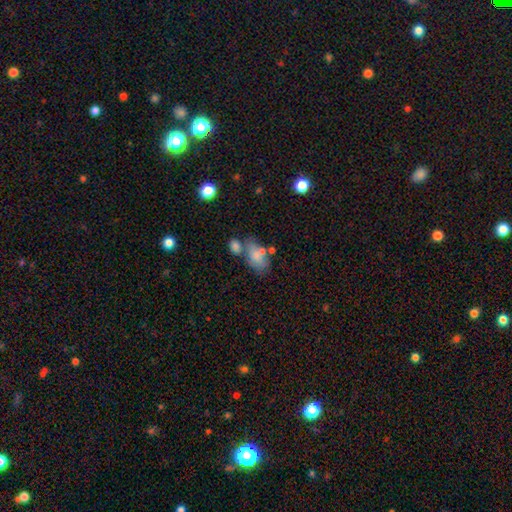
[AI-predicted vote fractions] Morphology: type=smooth (71%); roundness=in between (89%); merging=none (36%).